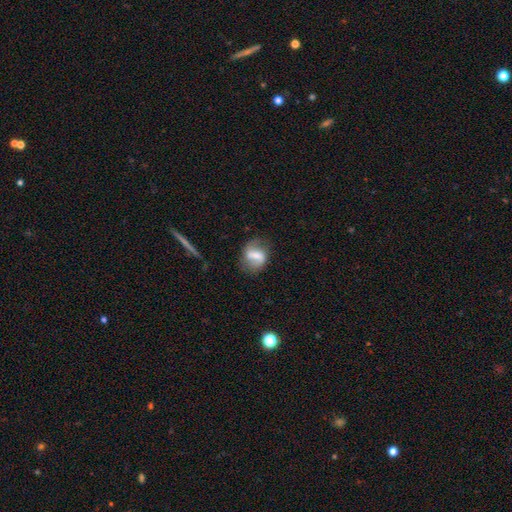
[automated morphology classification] A featured or disk galaxy (61%) with a strong bar (50%), spiral arms (79%) and a moderate central bulge (33%, tied with small). Merging: none (68%).